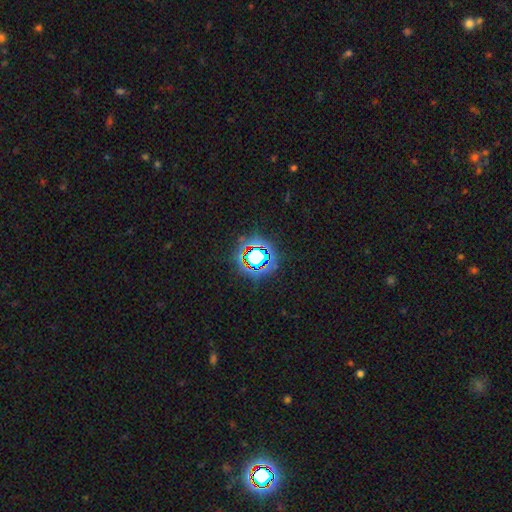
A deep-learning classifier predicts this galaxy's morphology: Q: Smooth or featured?
A: star or artifact (69%); runner-up: smooth (19%)